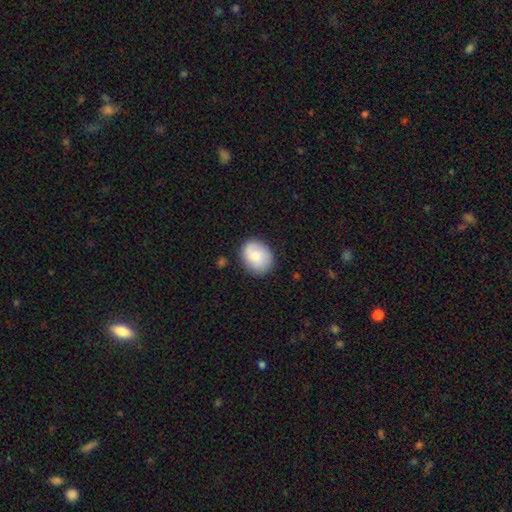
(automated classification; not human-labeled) Smooth or featured? smooth (71%)
How rounded? round (56%)
Merging? none (81%)